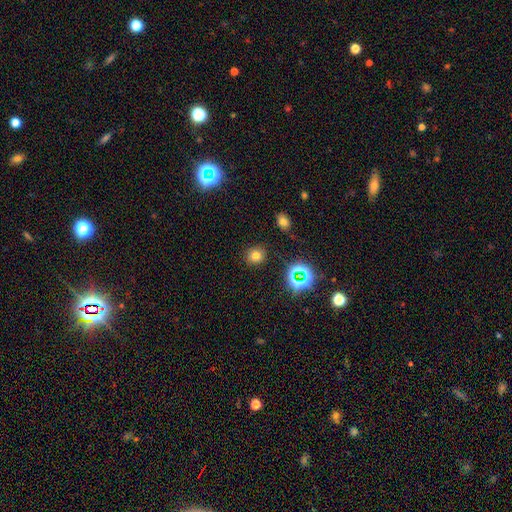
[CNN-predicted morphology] Smooth or featured: smooth — 70% (star or artifact — 22%)
How rounded: round — 80% (in between — 19%)
Merging: none — 88% (minor disturbance — 8%)